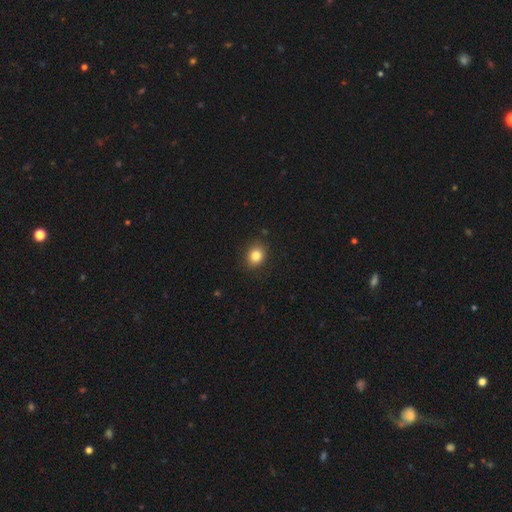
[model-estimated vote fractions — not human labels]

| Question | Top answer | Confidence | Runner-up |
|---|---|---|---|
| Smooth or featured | smooth | 83% | star or artifact (11%) |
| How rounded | round | 59% | in between (40%) |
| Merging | none | 86% | minor disturbance (10%) |